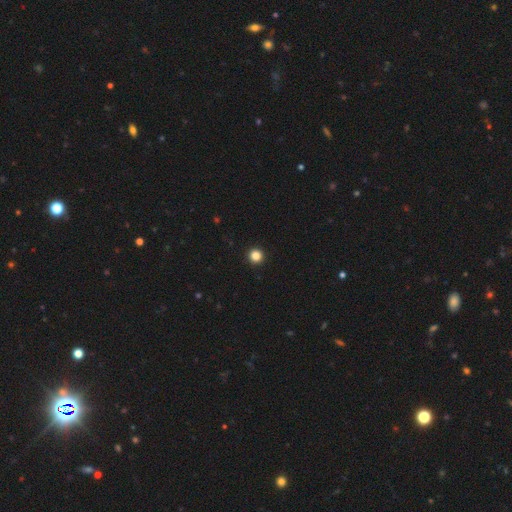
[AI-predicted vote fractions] Smooth or featured?
  - smooth: 85% *
  - star or artifact: 12%
  - featured or disk: 3%
How rounded?
  - round: 96% *
  - in between: 3%
  - cigar-shaped: 1%
Merging?
  - none: 95% *
  - minor disturbance: 3%
  - major disturbance: 1%
  - merger: 1%